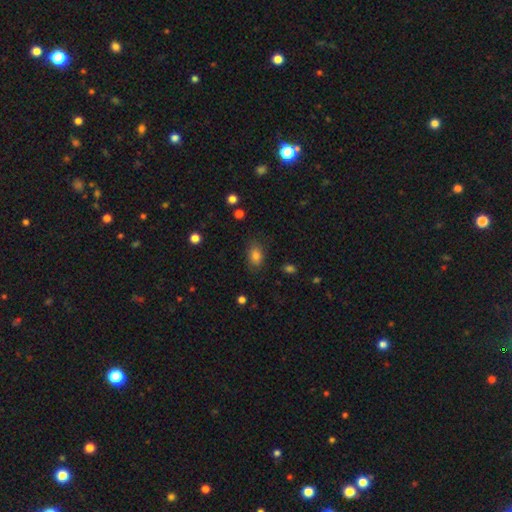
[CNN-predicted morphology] Smooth or featured: smooth — 83% (star or artifact — 10%)
How rounded: in between — 83% (round — 16%)
Merging: none — 79% (minor disturbance — 15%)